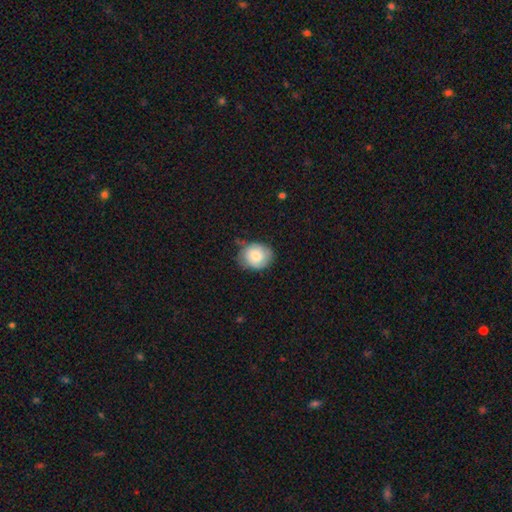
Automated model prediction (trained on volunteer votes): Smooth or featured? Predicted: smooth (p=0.75). How rounded? Predicted: round (p=0.69). Merging? Predicted: none (p=0.69).